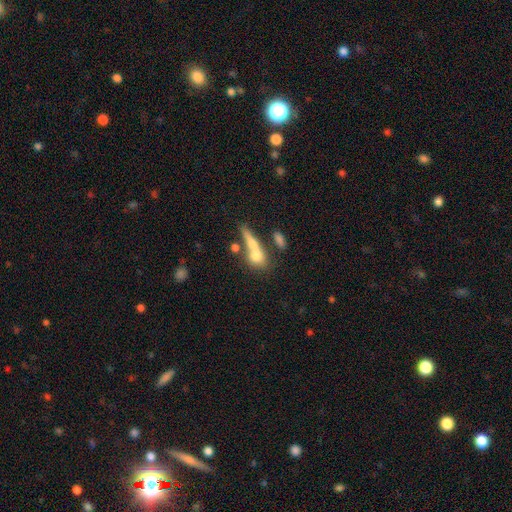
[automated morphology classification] Smooth or featured?
  - smooth: 66% *
  - featured or disk: 24%
  - star or artifact: 9%
How rounded?
  - round: 37% *
  - in between: 36%
  - cigar-shaped: 28%
Merging?
  - merger: 44% *
  - none: 37%
  - minor disturbance: 11%
  - major disturbance: 7%